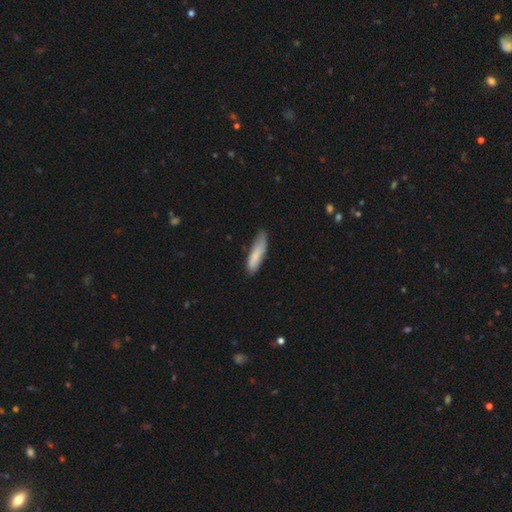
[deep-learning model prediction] Smooth or featured?
  - smooth: 82% *
  - featured or disk: 12%
  - star or artifact: 6%
How rounded?
  - cigar-shaped: 69% *
  - in between: 29%
  - round: 1%
Merging?
  - none: 67% *
  - minor disturbance: 27%
  - major disturbance: 5%
  - merger: 2%